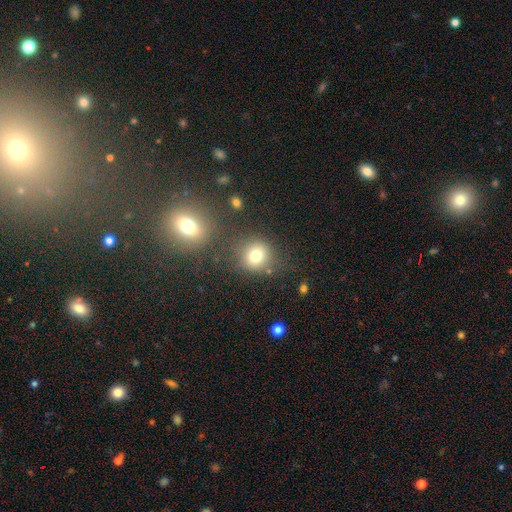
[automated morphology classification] Q: Smooth or featured?
A: smooth (76%); runner-up: star or artifact (15%)
Q: How rounded?
A: round (85%); runner-up: in between (14%)
Q: Merging?
A: none (74%); runner-up: minor disturbance (12%)